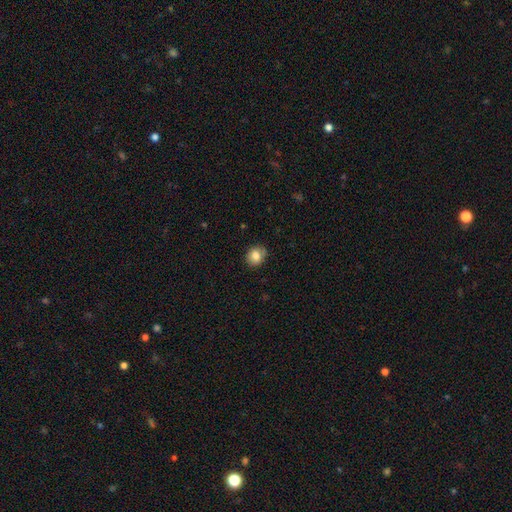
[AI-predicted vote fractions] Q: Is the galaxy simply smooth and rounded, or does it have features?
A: smooth — 82%.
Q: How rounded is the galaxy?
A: round — 70%.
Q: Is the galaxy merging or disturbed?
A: none — 80%.